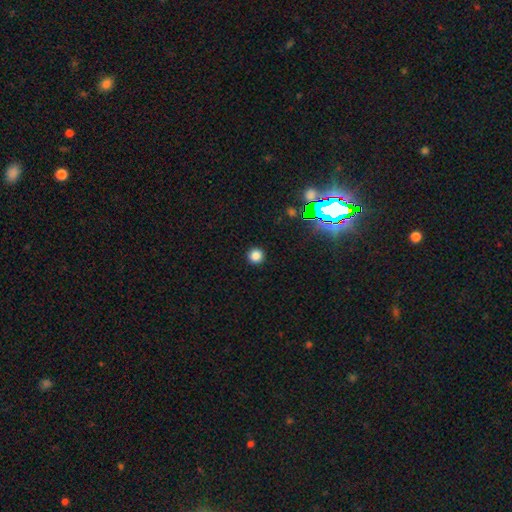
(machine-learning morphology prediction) Smooth or featured: smooth — 82% (star or artifact — 15%)
How rounded: round — 95% (in between — 4%)
Merging: none — 93% (minor disturbance — 5%)